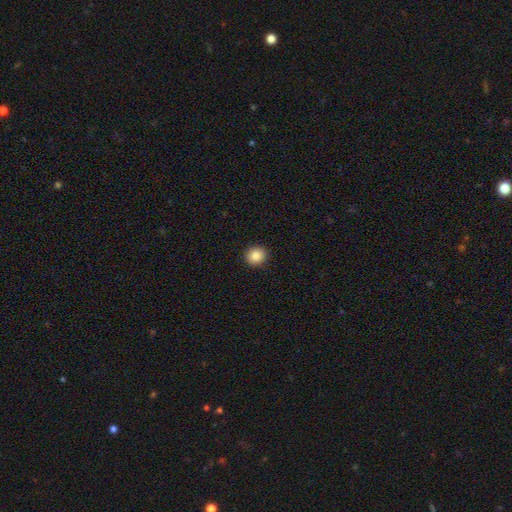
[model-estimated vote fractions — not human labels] A smooth galaxy with no disk features (86%) that is round (86%). Merging: none (92%).